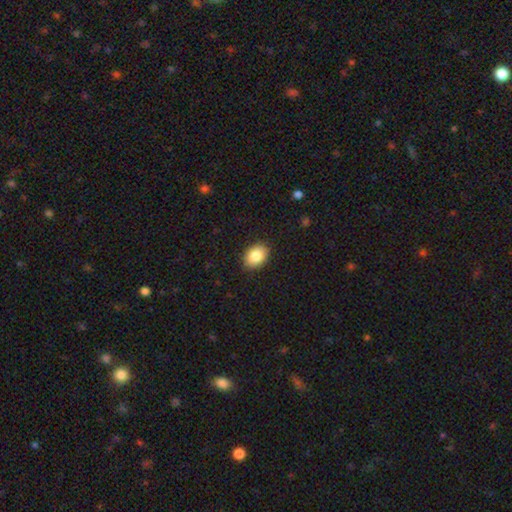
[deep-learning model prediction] Smooth or featured? smooth (85%)
How rounded? in between (73%)
Merging? none (89%)